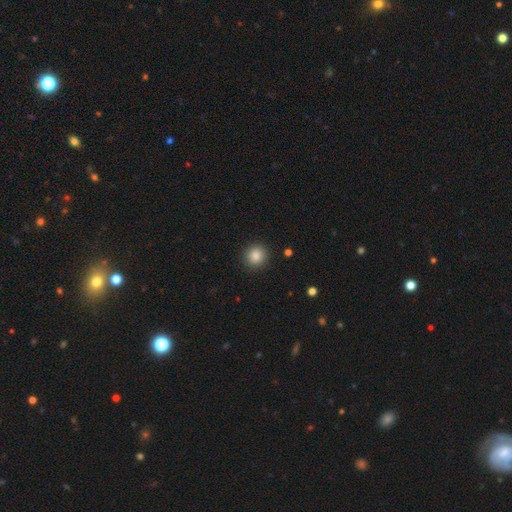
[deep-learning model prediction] Smooth or featured?
  - smooth: 86% *
  - star or artifact: 10%
  - featured or disk: 4%
How rounded?
  - round: 90% *
  - in between: 9%
  - cigar-shaped: 1%
Merging?
  - none: 91% *
  - minor disturbance: 6%
  - major disturbance: 2%
  - merger: 1%